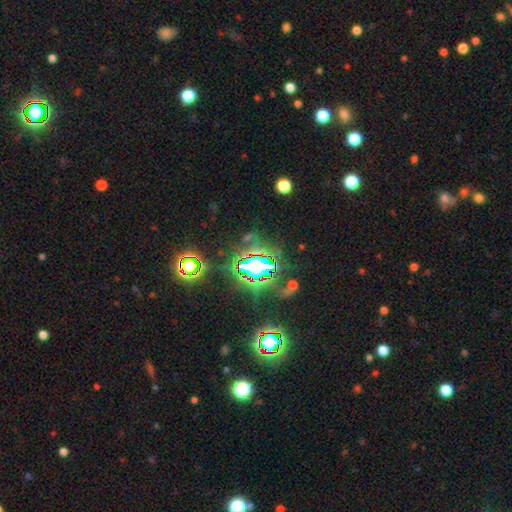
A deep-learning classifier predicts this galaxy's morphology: This appears to be a star or artifact, not a galaxy (82%).